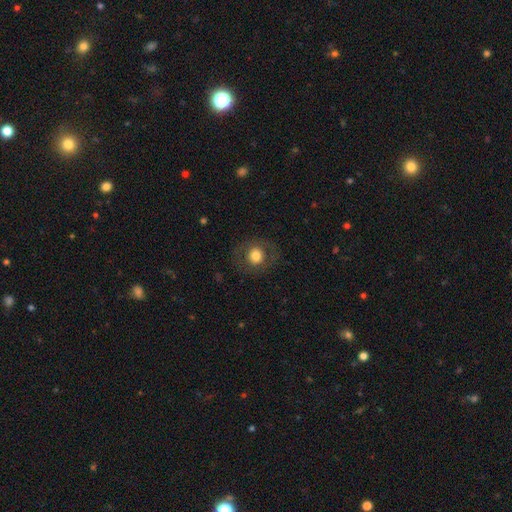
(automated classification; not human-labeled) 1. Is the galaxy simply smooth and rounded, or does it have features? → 70% smooth, 21% featured or disk, 9% star or artifact.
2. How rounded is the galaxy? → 86% round, 13% in between, 1% cigar-shaped.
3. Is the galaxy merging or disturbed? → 83% none, 9% minor disturbance, 6% major disturbance, 1% merger.